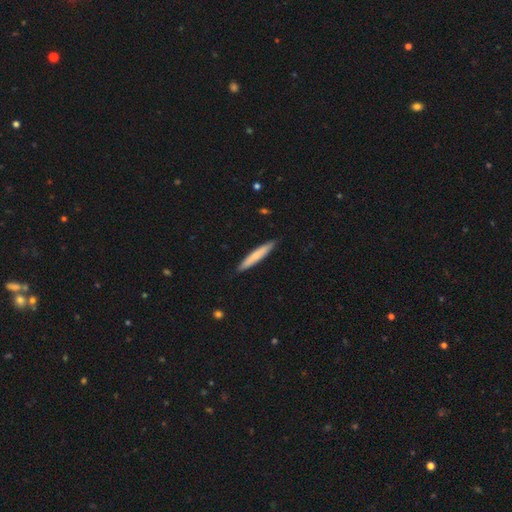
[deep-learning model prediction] This is likely a smooth galaxy (70%). How rounded: clearly cigar-shaped (93%). Merging: clearly none (89%).